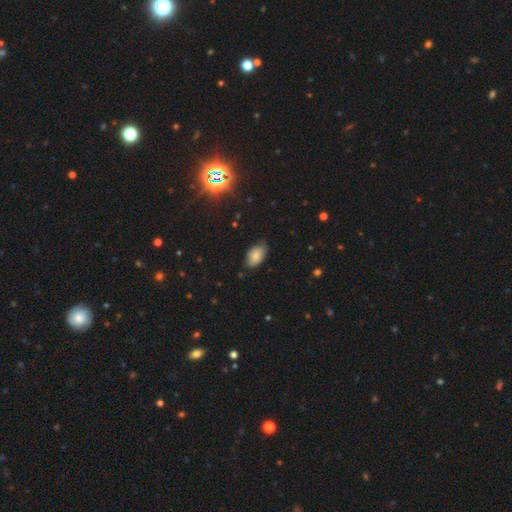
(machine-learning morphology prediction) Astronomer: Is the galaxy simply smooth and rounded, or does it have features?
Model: smooth — 78%.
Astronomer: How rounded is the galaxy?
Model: in between — 93%.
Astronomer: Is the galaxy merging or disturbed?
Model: none — 70%.